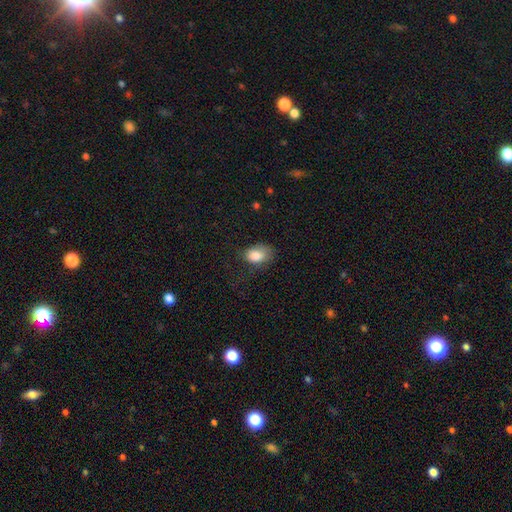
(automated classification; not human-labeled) The model was most divided on "merging": none: 48%, minor disturbance: 31%, major disturbance: 19%, merger: 2%. More confident: smooth or featured — smooth (83%); how rounded — in between (81%).